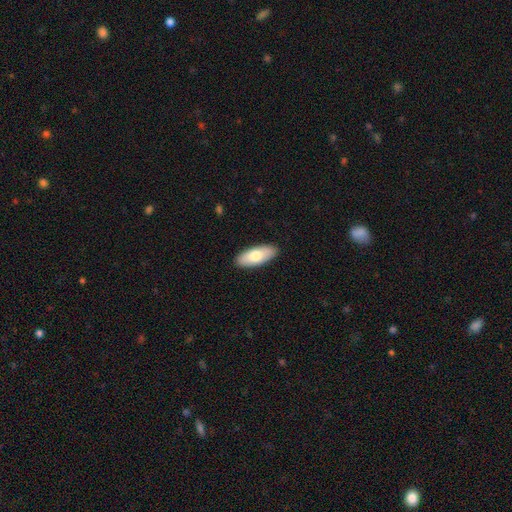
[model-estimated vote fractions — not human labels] smooth 73%, featured or disk 21%, star or artifact 5%. Down the decision tree: how rounded — in between (83%); merging — none (90%).